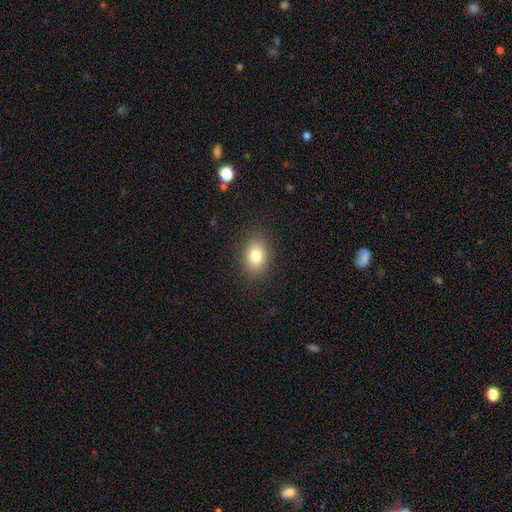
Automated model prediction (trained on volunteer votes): Overall: smooth (81%). How rounded: in between (72%). Merging: none (88%).